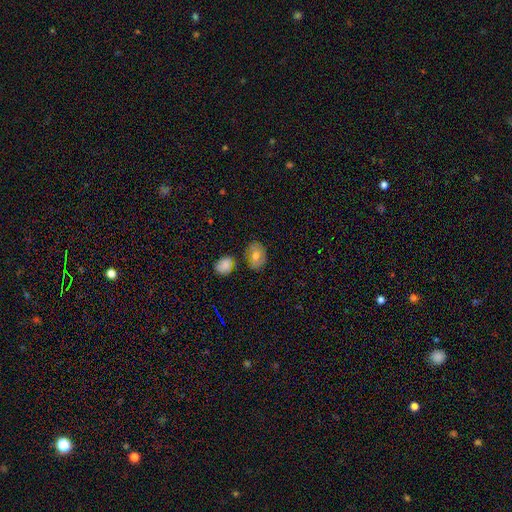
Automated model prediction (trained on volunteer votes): This is possibly a smooth galaxy (60%). How rounded: likely in between (69%). Merging: likely none (71%).